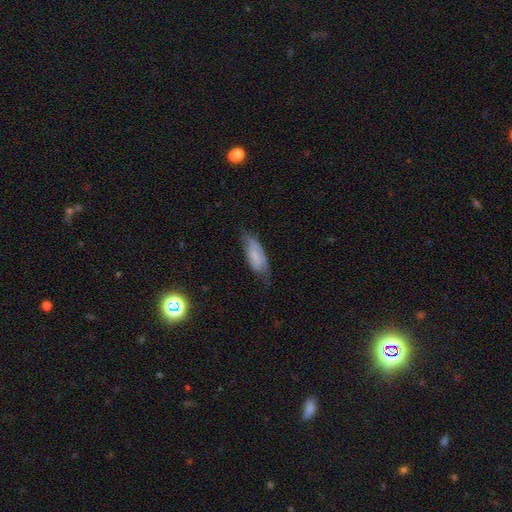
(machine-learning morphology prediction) A smooth galaxy with no disk features (58%) that is in between round and cigar-shaped (76%). Merging: none (54%).